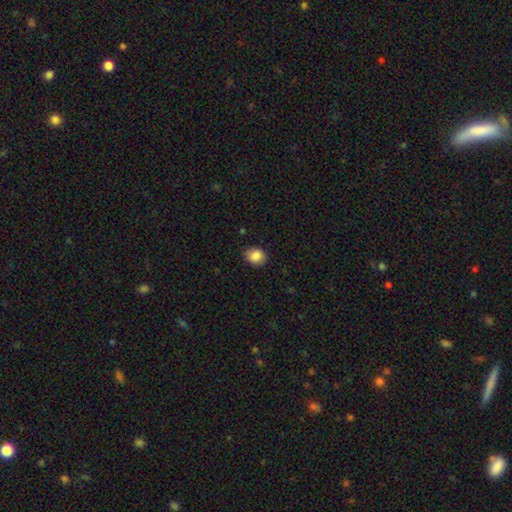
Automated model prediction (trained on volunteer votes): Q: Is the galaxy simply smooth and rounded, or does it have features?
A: smooth — 87%.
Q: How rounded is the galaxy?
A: round — 57%.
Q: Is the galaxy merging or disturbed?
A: none — 86%.